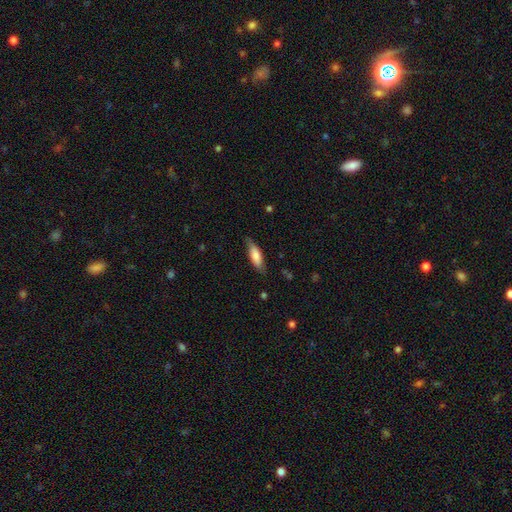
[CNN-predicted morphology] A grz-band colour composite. It shows a smooth galaxy with no disk features (75%) that is in between round and cigar-shaped (55%). Merging: none (74%).